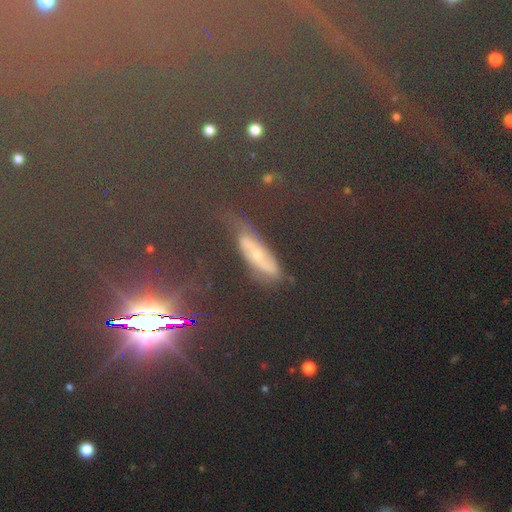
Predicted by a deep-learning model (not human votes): Smooth or featured? star or artifact (57%)